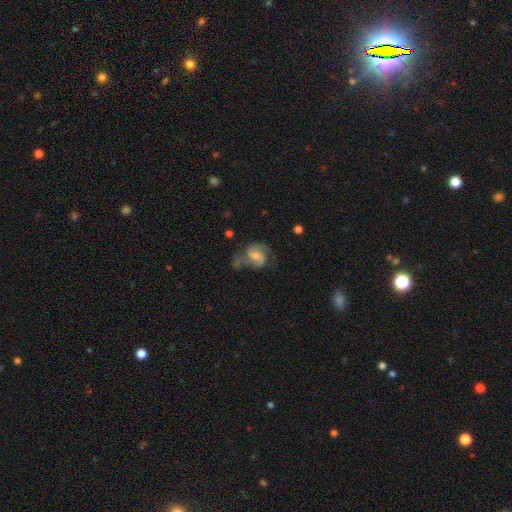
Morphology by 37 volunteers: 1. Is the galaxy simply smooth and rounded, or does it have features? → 76% featured or disk, 19% smooth, 5% star or artifact.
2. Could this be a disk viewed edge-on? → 96% no, 4% yes.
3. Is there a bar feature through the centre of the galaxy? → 59% weak, 22% no, 19% strong.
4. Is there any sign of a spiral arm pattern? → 89% yes, 11% no.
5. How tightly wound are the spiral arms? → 58% medium, 25% tight, 17% loose.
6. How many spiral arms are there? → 96% 2, 4% can't tell, 0% 1, 0% 3, 0% 4, 0% more than 4.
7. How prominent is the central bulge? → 52% small, 26% moderate, 19% none, 4% dominant, 0% large.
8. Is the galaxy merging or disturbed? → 46% none, 23% minor disturbance, 20% major disturbance, 11% merger.